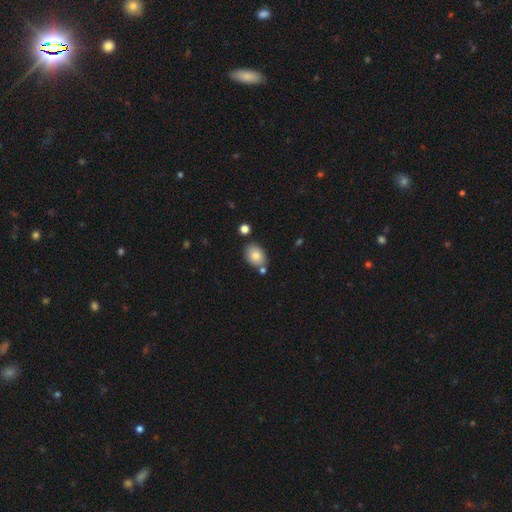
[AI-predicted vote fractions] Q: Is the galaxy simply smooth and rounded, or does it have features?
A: smooth — 80%.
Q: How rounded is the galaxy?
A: in between — 72%.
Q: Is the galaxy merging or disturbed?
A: none — 73%.